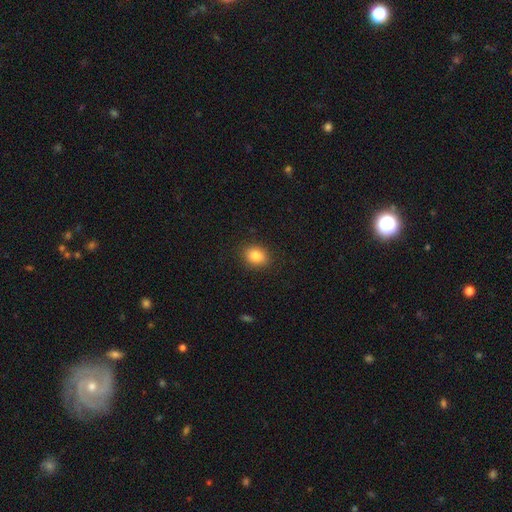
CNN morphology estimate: A smooth galaxy with no disk features (85%) that is in between round and cigar-shaped (54%).

Vote fractions:
- Smooth or featured? smooth: 85% / star or artifact: 9% / featured or disk: 6%
- How rounded? in between: 54% / round: 45% / cigar-shaped: 1%
- Merging? none: 88% / minor disturbance: 8% / major disturbance: 2% / merger: 1%